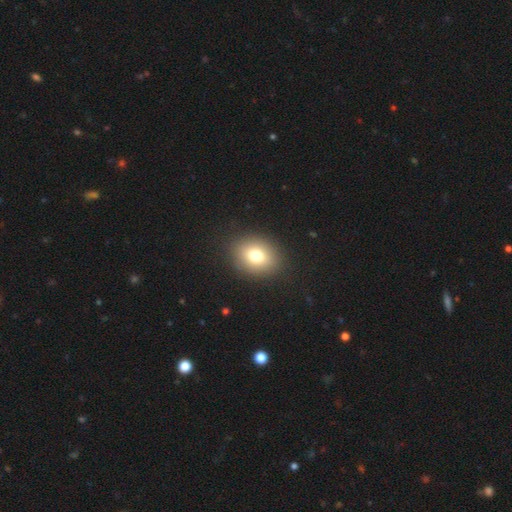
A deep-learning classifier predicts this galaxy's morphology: The model was most divided on "how rounded": in between: 50%, round: 49%, cigar-shaped: 1%. More confident: merging — none (89%); smooth or featured — smooth (76%).